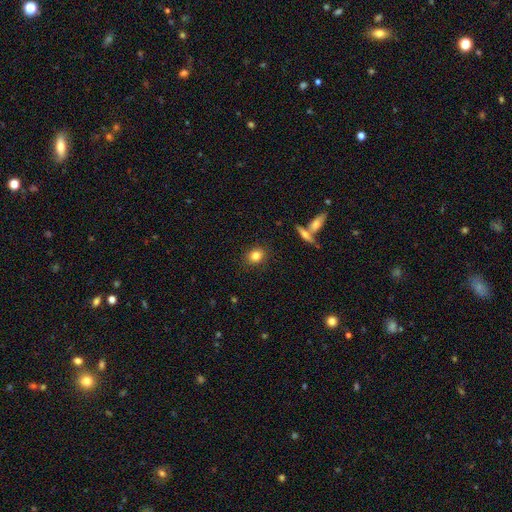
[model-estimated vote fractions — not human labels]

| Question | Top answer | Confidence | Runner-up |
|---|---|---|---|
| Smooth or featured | smooth | 82% | star or artifact (10%) |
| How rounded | round | 62% | in between (36%) |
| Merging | none | 87% | minor disturbance (8%) |